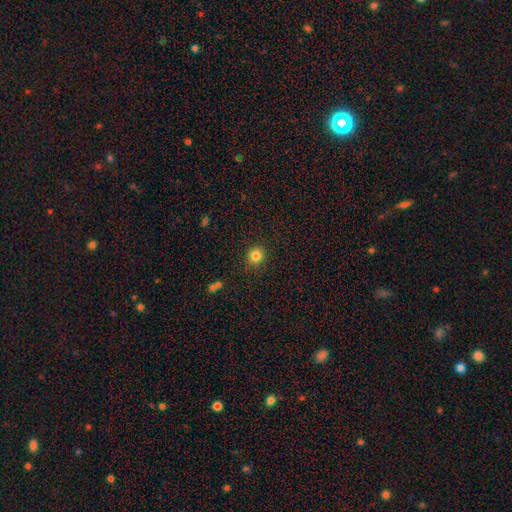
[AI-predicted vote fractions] Overall: smooth (83%). How rounded: round (91%). Merging: none (89%).